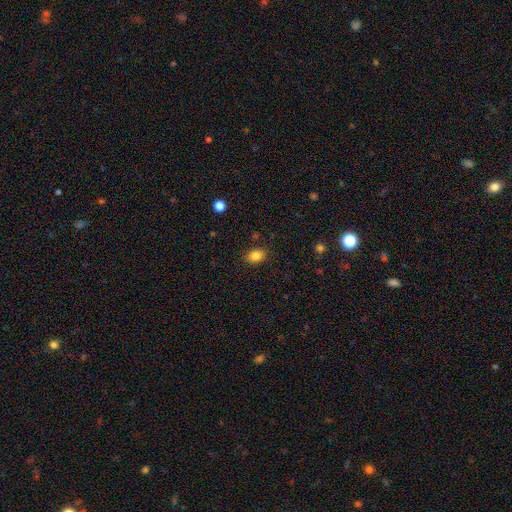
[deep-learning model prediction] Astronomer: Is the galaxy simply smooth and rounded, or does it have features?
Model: smooth — 85%.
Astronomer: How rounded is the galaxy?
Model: in between — 70%.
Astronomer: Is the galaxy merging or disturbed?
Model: none — 85%.